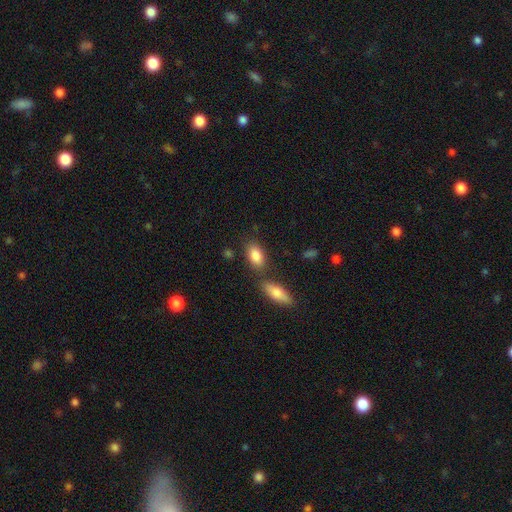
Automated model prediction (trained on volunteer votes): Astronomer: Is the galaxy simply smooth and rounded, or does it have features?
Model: smooth — 85%.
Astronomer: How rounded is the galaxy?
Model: in between — 89%.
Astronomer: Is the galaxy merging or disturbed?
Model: none — 69%.